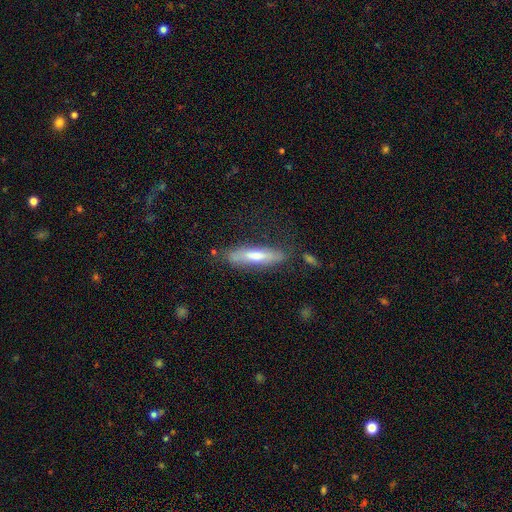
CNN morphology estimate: This is possibly a smooth galaxy (49%). Merging: likely none (74%).